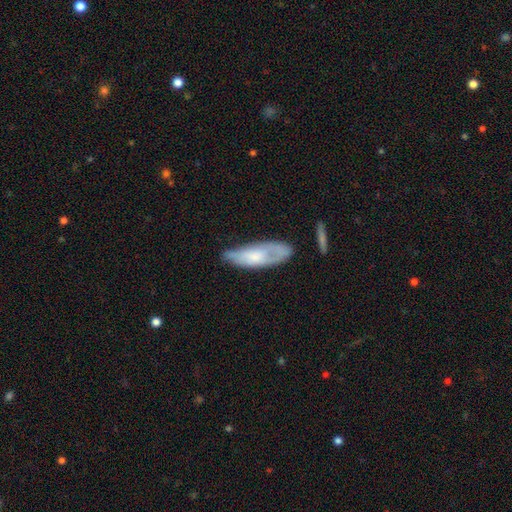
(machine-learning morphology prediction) Smooth or featured? Predicted: smooth (p=0.54). How rounded? Predicted: in between (p=0.61). Merging? Predicted: none (p=0.50).